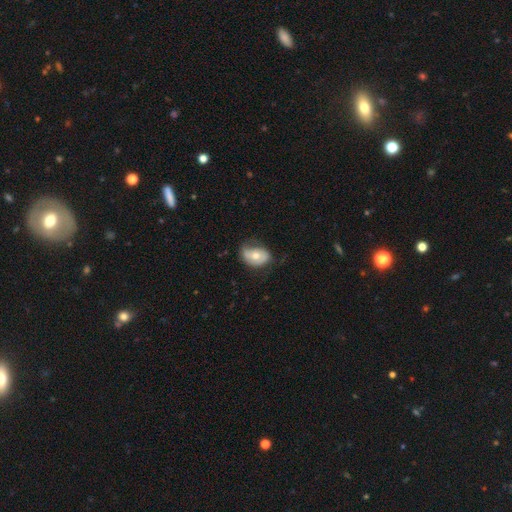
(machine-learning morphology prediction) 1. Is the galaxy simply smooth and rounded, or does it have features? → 53% smooth, 40% featured or disk, 7% star or artifact.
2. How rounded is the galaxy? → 80% in between, 19% round, 1% cigar-shaped.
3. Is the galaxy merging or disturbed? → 51% none, 33% minor disturbance, 14% major disturbance, 1% merger.